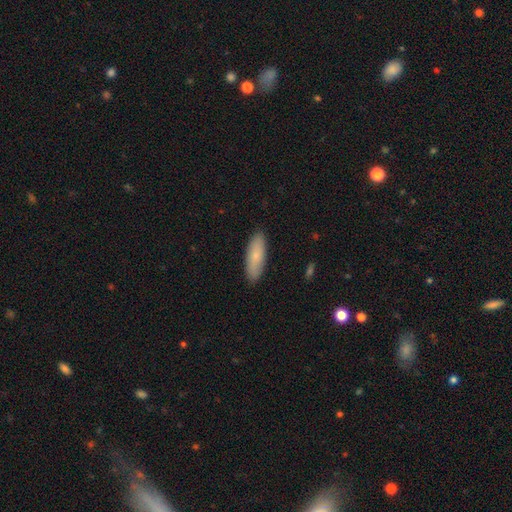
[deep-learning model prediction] Smooth or featured: smooth — 78% (featured or disk — 16%)
How rounded: in between — 56% (cigar-shaped — 42%)
Merging: none — 89% (minor disturbance — 8%)